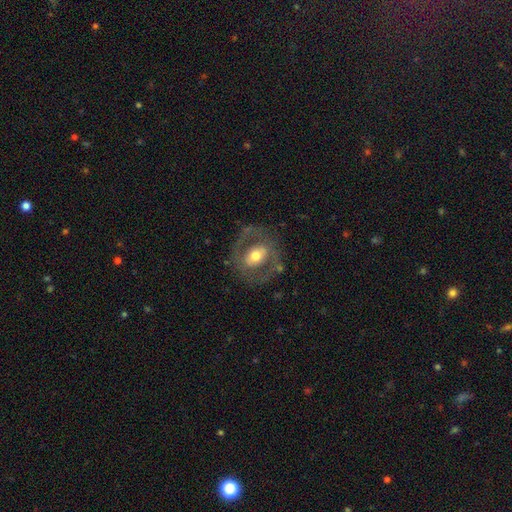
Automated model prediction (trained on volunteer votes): Smooth or featured? Predicted: featured or disk (p=0.68). Edge-on disk? Predicted: no (p=0.93). Bar? Predicted: no (p=0.40). Spiral arms? Predicted: no (p=0.52). Bulge size? Predicted: moderate (p=0.62). Merging? Predicted: none (p=0.76).